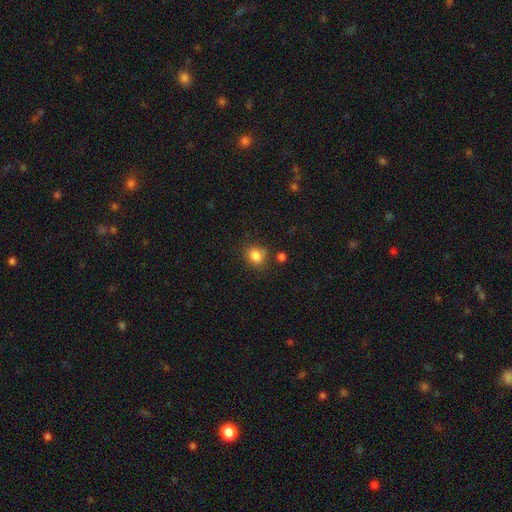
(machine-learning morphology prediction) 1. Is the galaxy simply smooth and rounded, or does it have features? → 83% smooth, 11% star or artifact, 6% featured or disk.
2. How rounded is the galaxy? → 73% round, 26% in between, 1% cigar-shaped.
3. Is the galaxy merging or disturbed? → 75% none, 14% minor disturbance, 6% merger, 4% major disturbance.